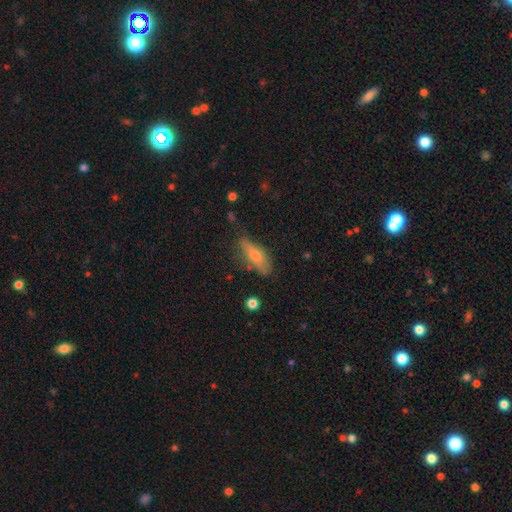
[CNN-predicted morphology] Smooth or featured? Predicted: smooth (p=0.57). How rounded? Predicted: in between (p=0.52). Merging? Predicted: none (p=0.71).